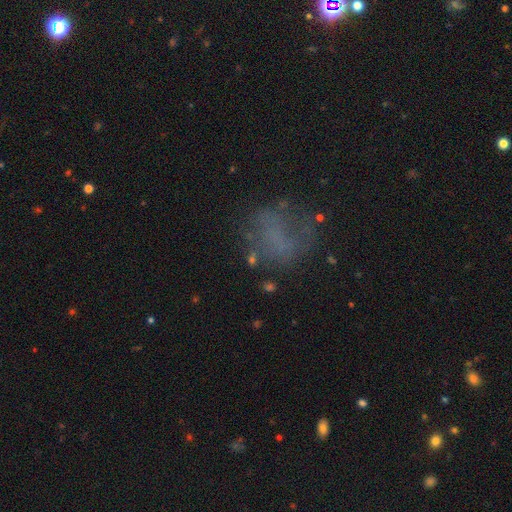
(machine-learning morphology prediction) smooth-or-featured: smooth: 46% | featured or disk: 30% | star or artifact: 23%
  merging: none: 48% | major disturbance: 27% | minor disturbance: 20% | merger: 5%